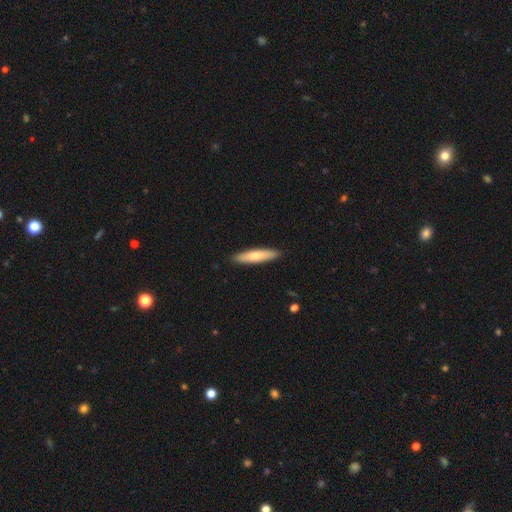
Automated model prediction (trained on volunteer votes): The model was most divided on "smooth or featured": smooth: 74%, featured or disk: 22%, star or artifact: 5%. More confident: merging — none (90%); how rounded — cigar-shaped (83%).